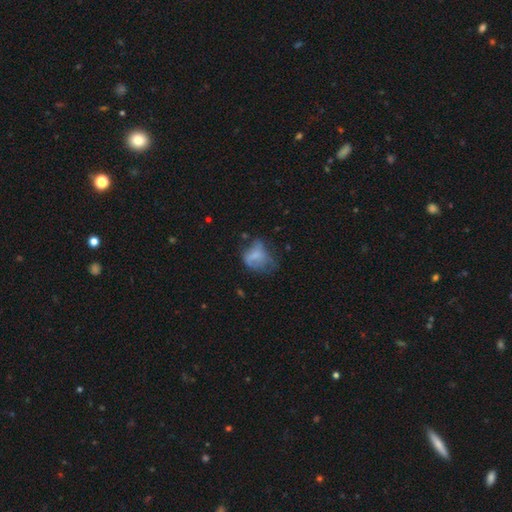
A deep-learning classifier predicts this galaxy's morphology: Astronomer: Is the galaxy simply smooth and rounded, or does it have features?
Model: smooth — 57%.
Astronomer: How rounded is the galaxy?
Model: in between — 63%.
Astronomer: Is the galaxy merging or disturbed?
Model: major disturbance — 39% (runner-up: minor disturbance, 29%).